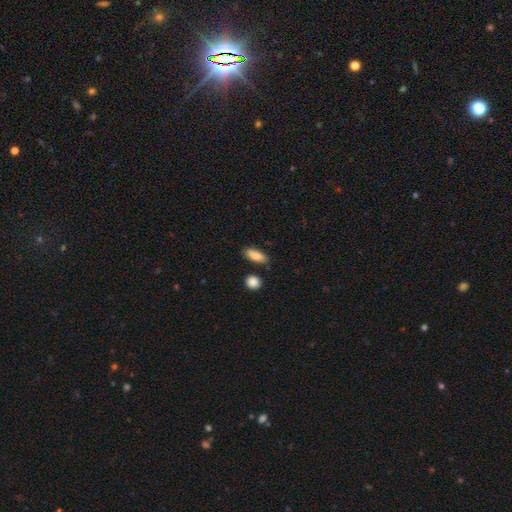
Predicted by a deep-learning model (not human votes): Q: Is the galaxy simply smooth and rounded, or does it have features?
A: smooth — 84%.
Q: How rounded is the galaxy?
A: in between — 75%.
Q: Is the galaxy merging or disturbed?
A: none — 79%.